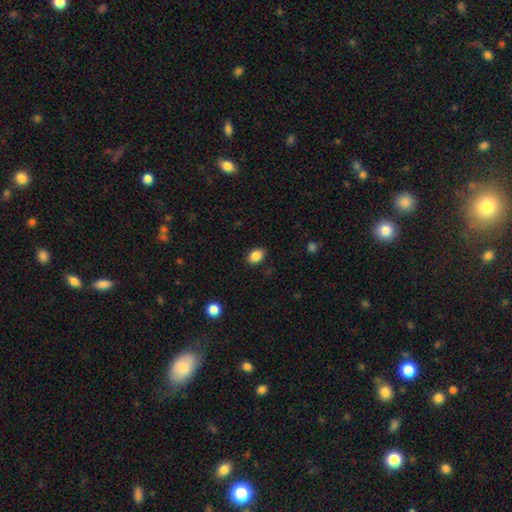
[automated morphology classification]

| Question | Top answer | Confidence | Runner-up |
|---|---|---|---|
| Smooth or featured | smooth | 87% | star or artifact (9%) |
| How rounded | in between | 77% | round (22%) |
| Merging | none | 87% | minor disturbance (9%) |